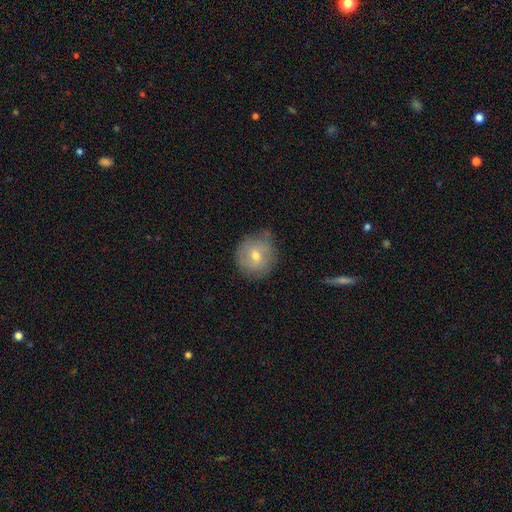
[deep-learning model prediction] Smooth or featured: smooth — 64% (featured or disk — 26%)
How rounded: round — 88% (in between — 11%)
Merging: none — 68% (minor disturbance — 25%)